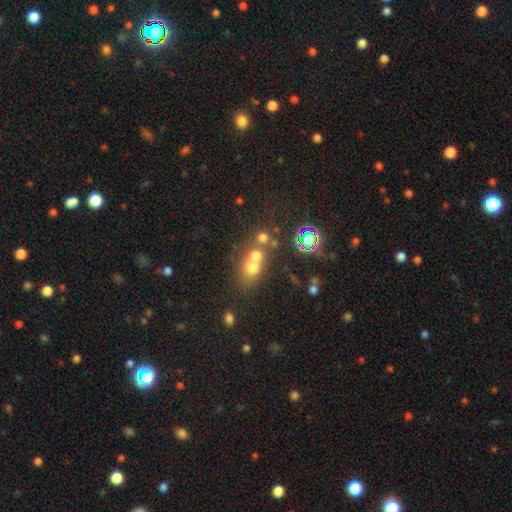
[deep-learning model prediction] Morphology: type=smooth (61%); roundness=round (70%); merging=merger (52%).